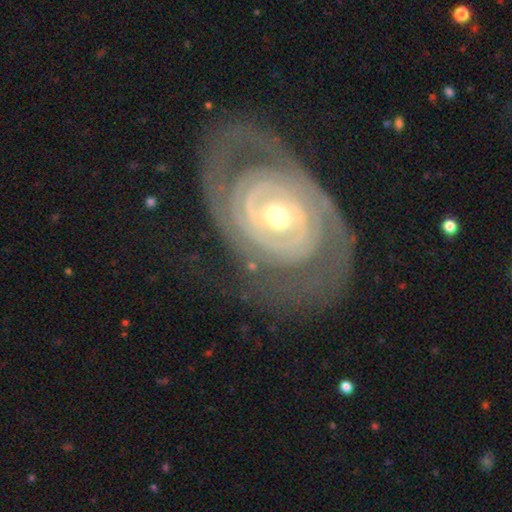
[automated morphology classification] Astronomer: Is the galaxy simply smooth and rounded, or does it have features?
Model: featured or disk — 86%.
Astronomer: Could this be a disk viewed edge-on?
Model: no — 96%.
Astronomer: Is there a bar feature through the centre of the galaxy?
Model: no — 58%.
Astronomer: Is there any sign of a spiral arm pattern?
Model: yes — 86%.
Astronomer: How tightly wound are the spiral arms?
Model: tight — 72%.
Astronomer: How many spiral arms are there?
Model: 2 — 47% (runner-up: can't tell, 27%).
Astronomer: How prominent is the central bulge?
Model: moderate — 54% (runner-up: small, 40%).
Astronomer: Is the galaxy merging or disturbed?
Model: none — 73%.